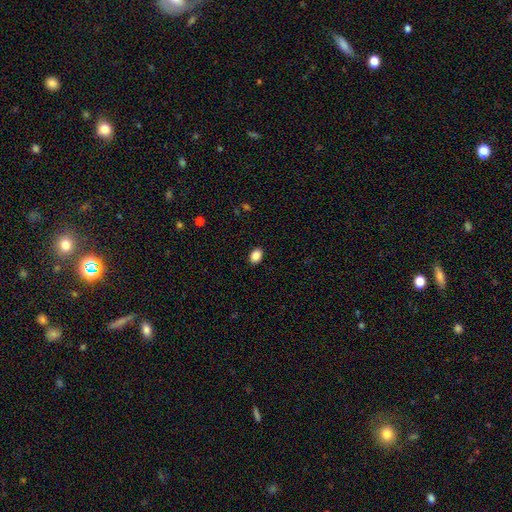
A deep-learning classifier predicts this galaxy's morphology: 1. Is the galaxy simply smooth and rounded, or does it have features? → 88% smooth, 8% star or artifact, 4% featured or disk.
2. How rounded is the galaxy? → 78% in between, 21% round, 1% cigar-shaped.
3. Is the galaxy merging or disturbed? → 89% none, 8% minor disturbance, 2% major disturbance, 1% merger.